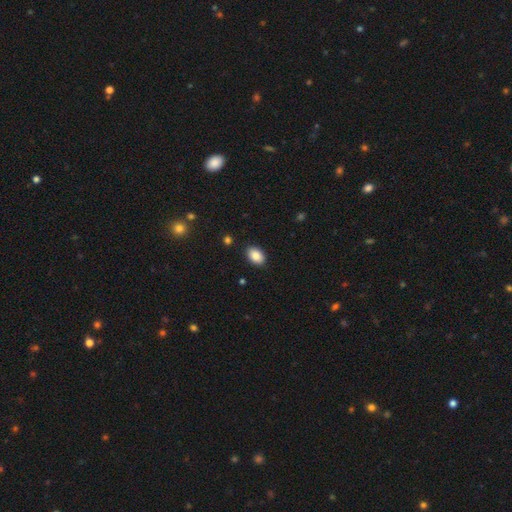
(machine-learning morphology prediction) A smooth galaxy with no disk features (88%) that is in between round and cigar-shaped (89%). Merging: none (89%).